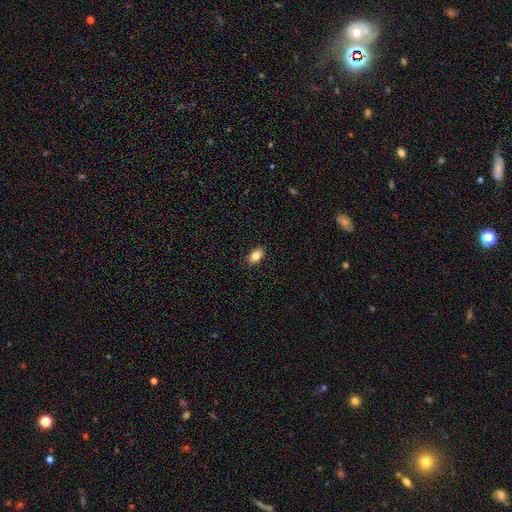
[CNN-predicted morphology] Q: Smooth or featured?
A: smooth (84%); runner-up: star or artifact (9%)
Q: How rounded?
A: in between (85%); runner-up: round (13%)
Q: Merging?
A: none (89%); runner-up: minor disturbance (9%)